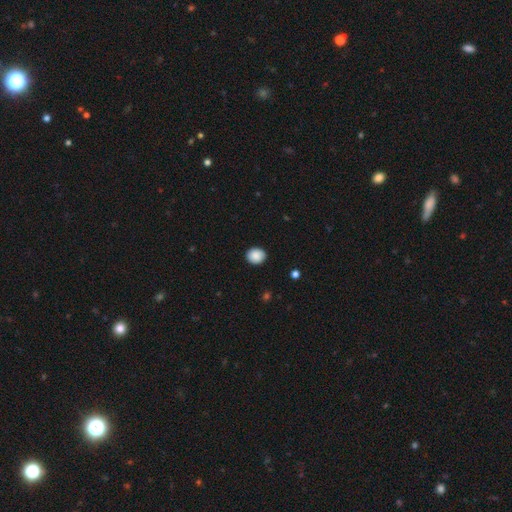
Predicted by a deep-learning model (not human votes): This appears to be a smooth galaxy with no disk features (89%) that is round (72%). Merging: none (90%).